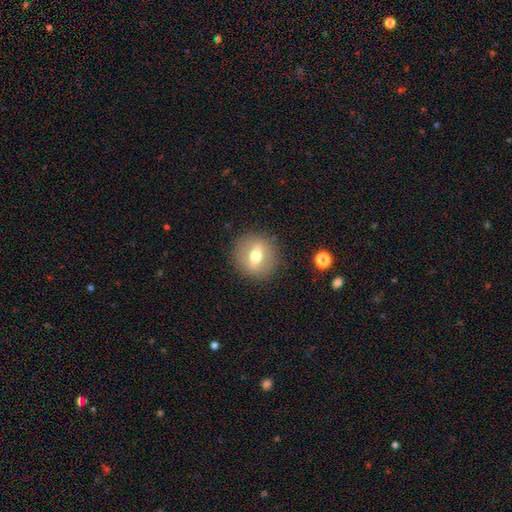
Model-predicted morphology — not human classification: smooth 48%, featured or disk 43%, star or artifact 9%. Down the decision tree: merging — none (88%).